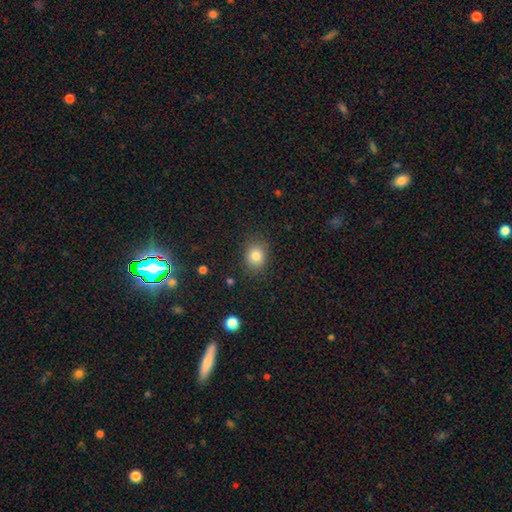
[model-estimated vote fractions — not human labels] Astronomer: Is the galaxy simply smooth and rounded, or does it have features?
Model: smooth — 82%.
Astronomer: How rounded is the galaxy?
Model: round — 56% (runner-up: in between, 44%).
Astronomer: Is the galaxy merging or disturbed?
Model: none — 83%.